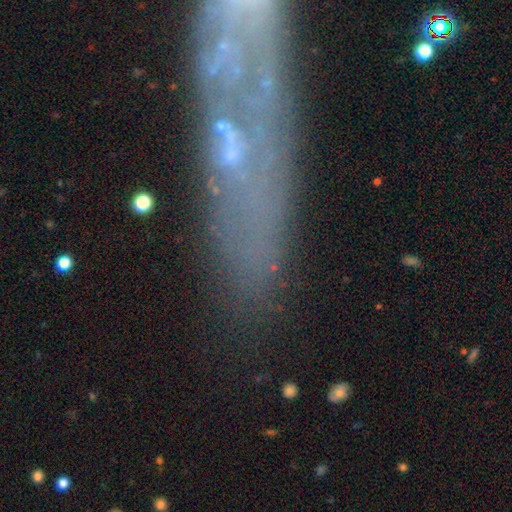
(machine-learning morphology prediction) The model was most divided on "smooth or featured": featured or disk: 55%, smooth: 26%, star or artifact: 19%. More confident: merging — none (68%); edge-on disk — no (66%).